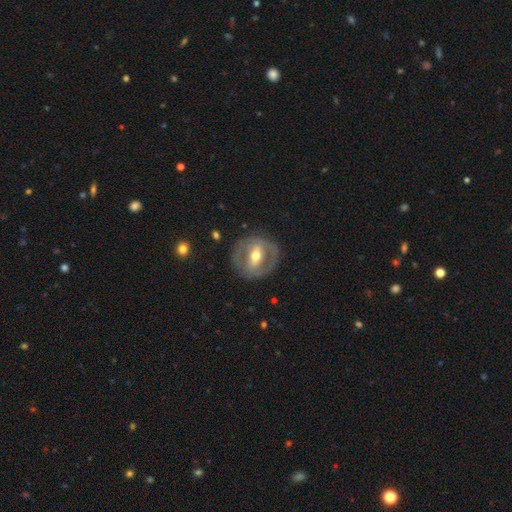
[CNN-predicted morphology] type=featured or disk (70%); edge-on=no (92%); bar=strong (47%); spiral arms=no (59%); bulge=moderate (73%); merging=none (80%).